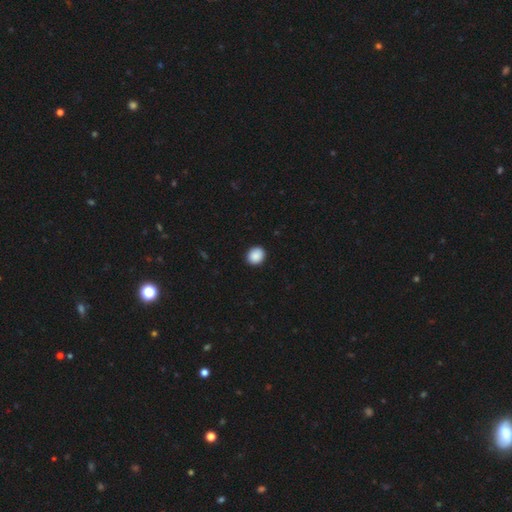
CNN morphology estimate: smooth 89%, star or artifact 8%, featured or disk 3%. Down the decision tree: how rounded — round (72%); merging — none (91%).